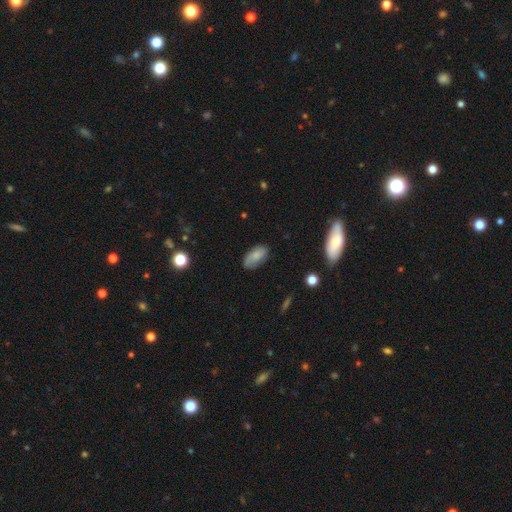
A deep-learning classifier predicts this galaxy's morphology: Overall: smooth (79%). How rounded: in between (94%). Merging: none (76%).